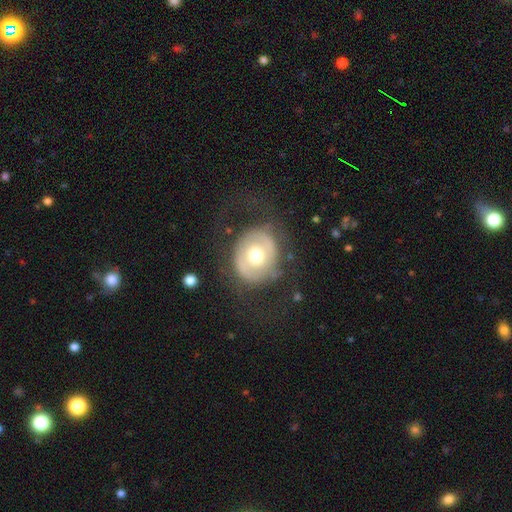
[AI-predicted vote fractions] This is possibly a featured or disk galaxy (50%). It is clearly not viewed edge-on (95%). Merging: likely none (65%).